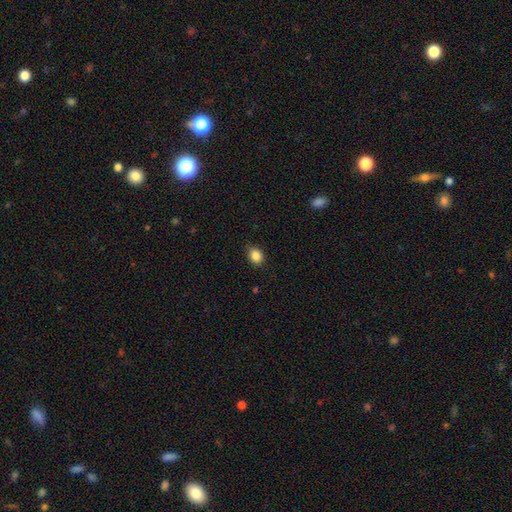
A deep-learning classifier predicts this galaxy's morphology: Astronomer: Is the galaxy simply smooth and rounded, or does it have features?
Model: smooth — 86%.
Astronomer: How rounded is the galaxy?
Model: in between — 57% (runner-up: round, 42%).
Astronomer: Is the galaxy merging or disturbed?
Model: none — 86%.